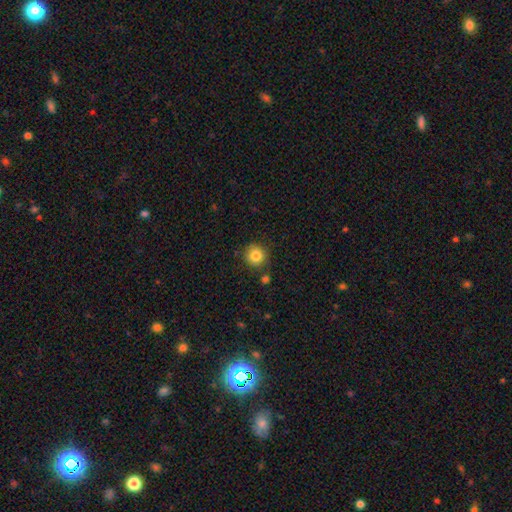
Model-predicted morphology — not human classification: The model was most divided on "smooth or featured": smooth: 83%, star or artifact: 10%, featured or disk: 6%. More confident: how rounded — round (93%); merging — none (83%).